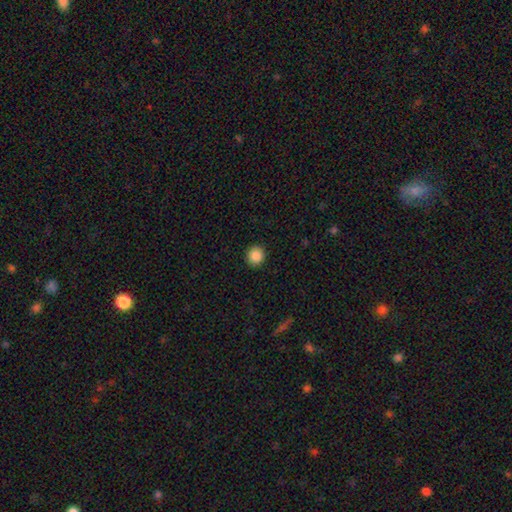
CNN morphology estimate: A smooth galaxy with no disk features (86%) that is round (90%).

Vote fractions:
- Smooth or featured? smooth: 86% / star or artifact: 9% / featured or disk: 4%
- How rounded? round: 90% / in between: 9% / cigar-shaped: 1%
- Merging? none: 92% / minor disturbance: 5% / major disturbance: 2% / merger: 1%